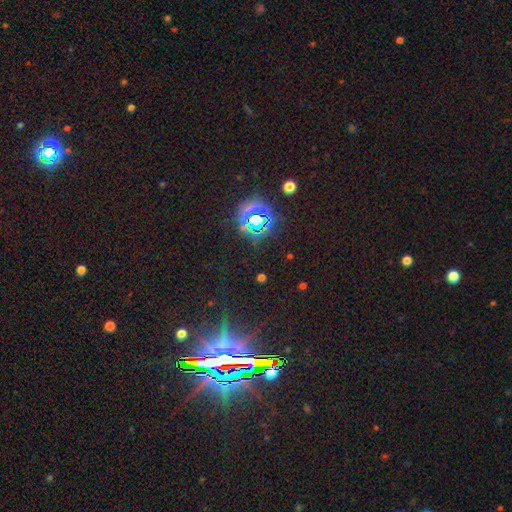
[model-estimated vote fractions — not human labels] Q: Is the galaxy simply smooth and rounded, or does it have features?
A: star or artifact — 83%.